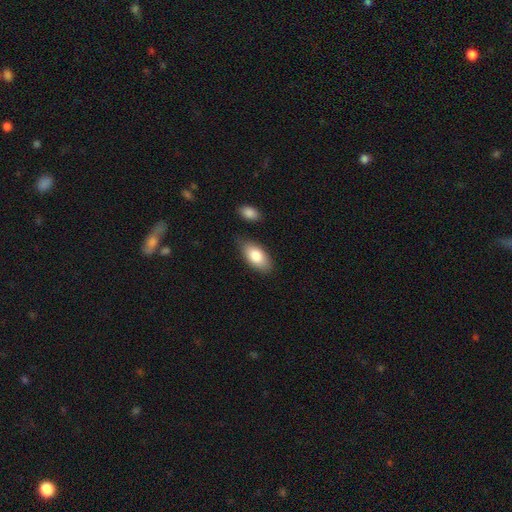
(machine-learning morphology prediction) type=smooth (82%); roundness=in between (92%); merging=none (77%).